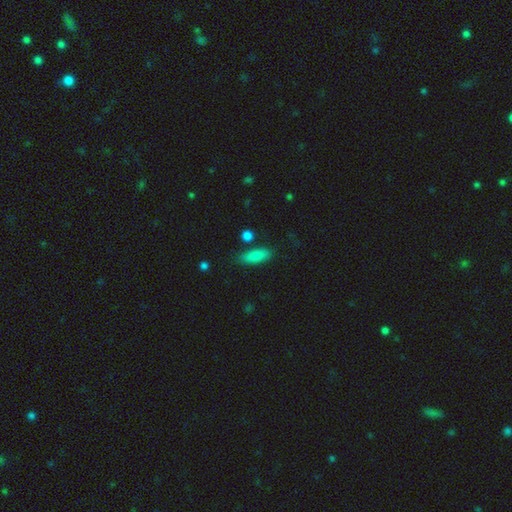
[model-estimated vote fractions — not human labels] Smooth or featured? Predicted: smooth (p=0.84). How rounded? Predicted: in between (p=0.63). Merging? Predicted: none (p=0.79).